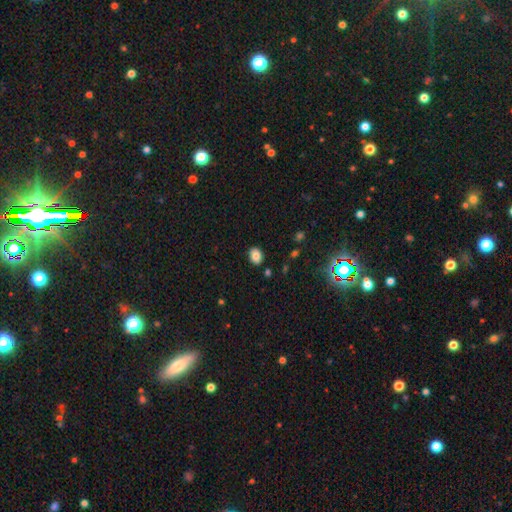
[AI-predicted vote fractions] smooth-or-featured: smooth: 81% | star or artifact: 10% | featured or disk: 9%
  how-rounded: in between: 65% | round: 34% | cigar-shaped: 1%
  merging: none: 86% | minor disturbance: 10% | major disturbance: 2% | merger: 2%